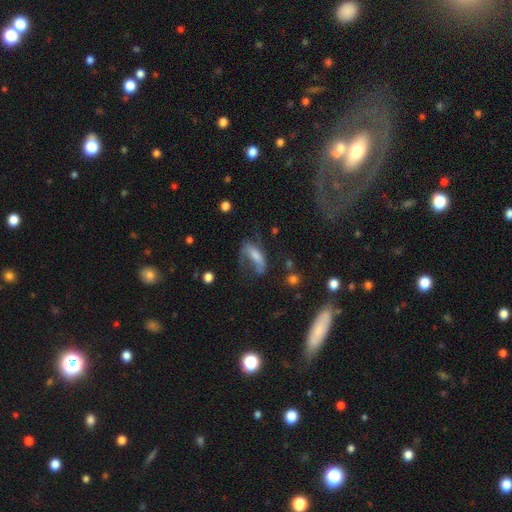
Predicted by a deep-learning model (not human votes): This appears to be a smooth galaxy with no disk features (53%) that is in between round and cigar-shaped (66%). Merging: major disturbance (42%).